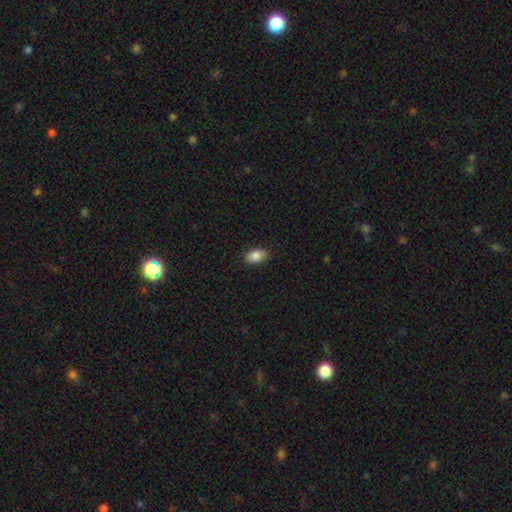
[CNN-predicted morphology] Overall: smooth (86%). How rounded: in between (87%). Merging: none (86%).